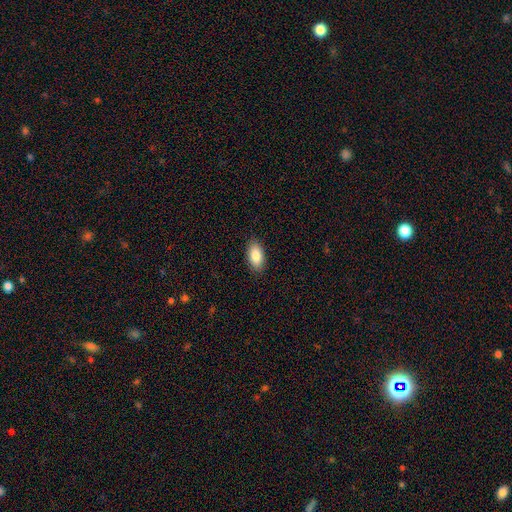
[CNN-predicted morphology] This appears to be a smooth galaxy with no disk features (86%) that is in between round and cigar-shaped (93%). Merging: none (88%).